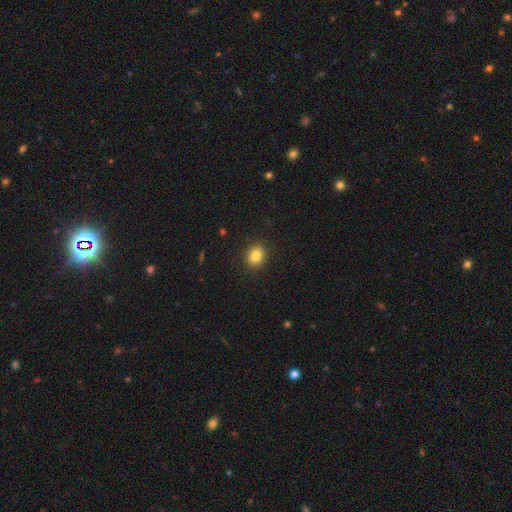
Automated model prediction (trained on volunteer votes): Smooth or featured: smooth — 84% (star or artifact — 10%)
How rounded: round — 62% (in between — 37%)
Merging: none — 91% (minor disturbance — 6%)